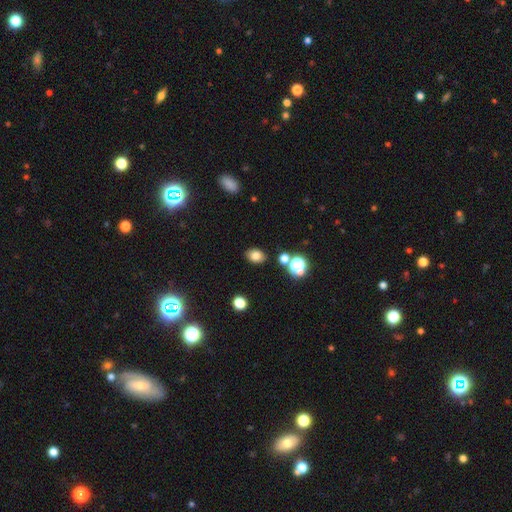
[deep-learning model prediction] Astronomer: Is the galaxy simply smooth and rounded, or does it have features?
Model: smooth — 78%.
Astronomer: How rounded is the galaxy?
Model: in between — 72%.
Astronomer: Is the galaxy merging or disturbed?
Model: none — 82%.